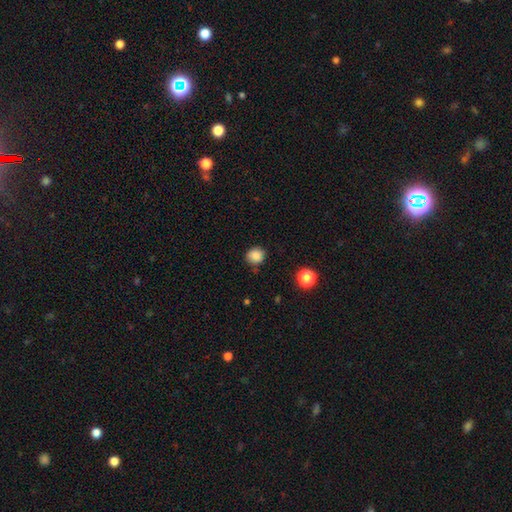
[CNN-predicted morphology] Smooth or featured: smooth — 85% (star or artifact — 11%)
How rounded: round — 83% (in between — 16%)
Merging: none — 80% (minor disturbance — 14%)